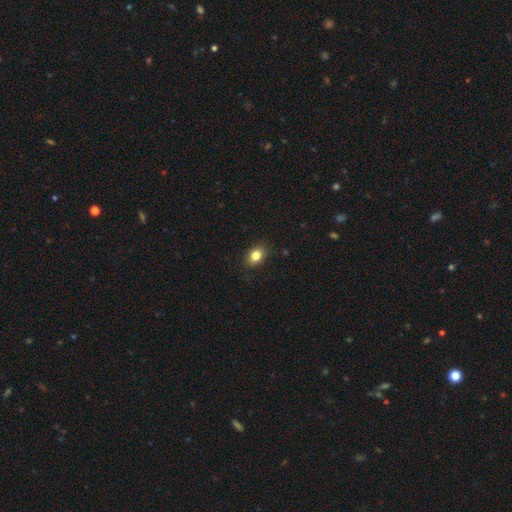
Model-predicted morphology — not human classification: Smooth or featured?
  - smooth: 83% *
  - star or artifact: 10%
  - featured or disk: 7%
How rounded?
  - in between: 70% *
  - round: 28%
  - cigar-shaped: 1%
Merging?
  - none: 86% *
  - minor disturbance: 10%
  - major disturbance: 2%
  - merger: 1%